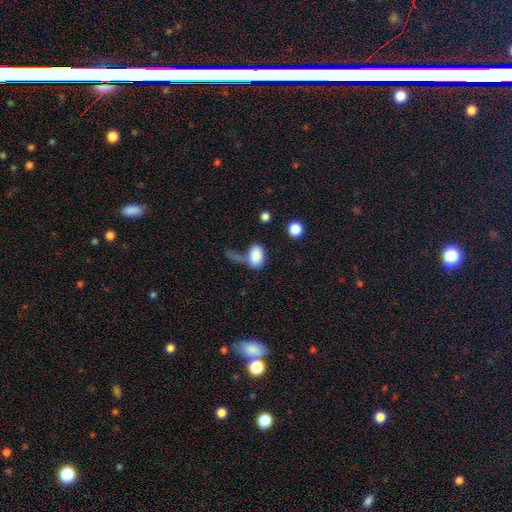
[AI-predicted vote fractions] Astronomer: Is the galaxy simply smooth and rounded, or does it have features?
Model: smooth — 85%.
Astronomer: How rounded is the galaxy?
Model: in between — 87%.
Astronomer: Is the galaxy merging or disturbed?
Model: none — 43% (runner-up: merger, 19%).